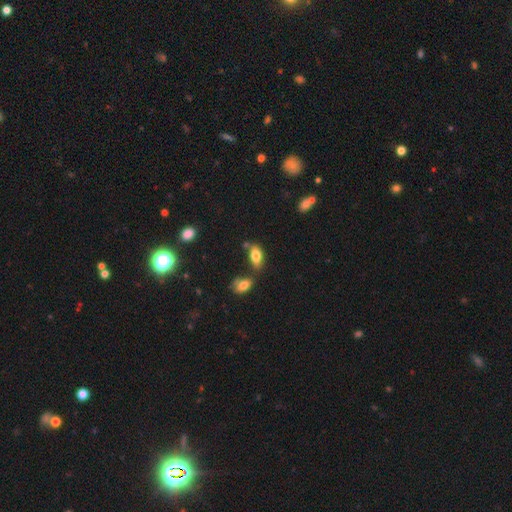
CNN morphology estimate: This appears to be a smooth galaxy with no disk features (78%) that is in between round and cigar-shaped (88%). Merging: none (57%).